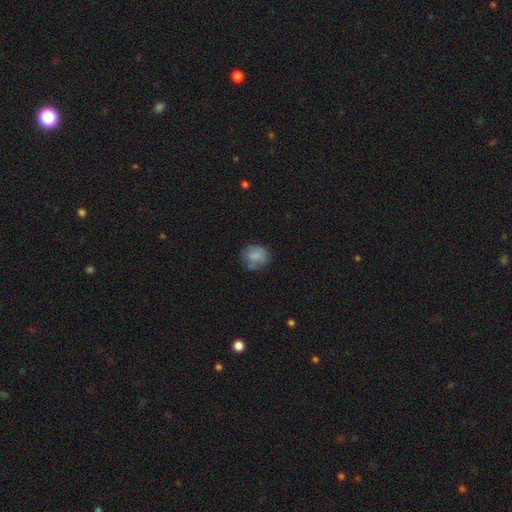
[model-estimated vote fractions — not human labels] Smooth or featured?
  - smooth: 77% *
  - featured or disk: 14%
  - star or artifact: 9%
How rounded?
  - round: 77% *
  - in between: 23%
  - cigar-shaped: 1%
Merging?
  - none: 66% *
  - minor disturbance: 23%
  - major disturbance: 7%
  - merger: 4%